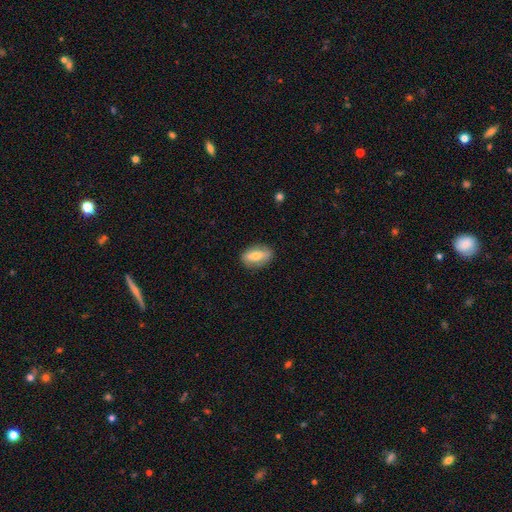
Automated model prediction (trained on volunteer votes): Smooth or featured: smooth — 59% (featured or disk — 35%)
How rounded: in between — 84% (cigar-shaped — 10%)
Merging: none — 85% (minor disturbance — 11%)